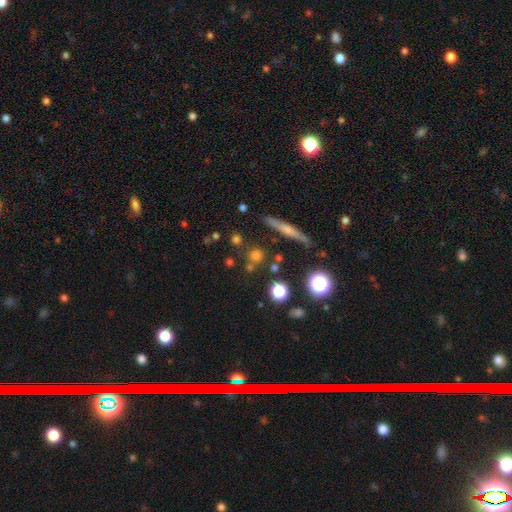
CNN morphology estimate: type=smooth (67%); roundness=round (86%); merging=none (75%).